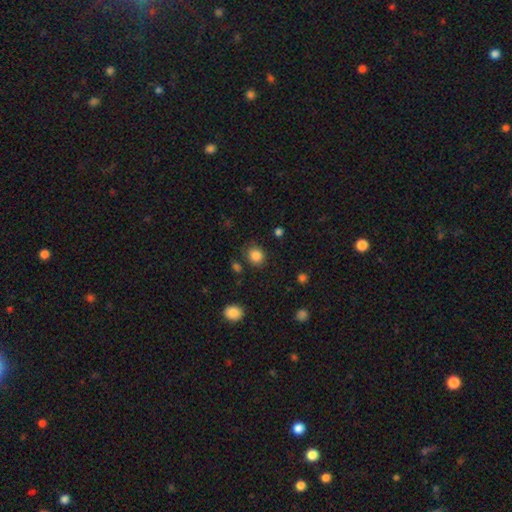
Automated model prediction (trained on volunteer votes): smooth_or_featured: smooth (p=0.85) [alt: star or artifact p=0.10]
how_rounded: round (p=0.69) [alt: in between p=0.30]
merging: none (p=0.81) [alt: minor disturbance p=0.12]